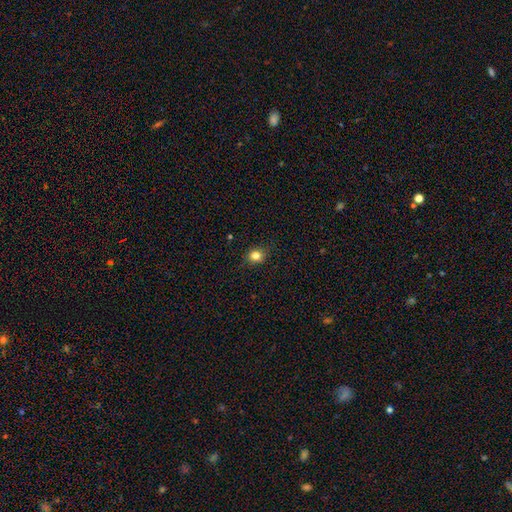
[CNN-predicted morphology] Overall: smooth (81%). How rounded: round (72%). Merging: none (87%).